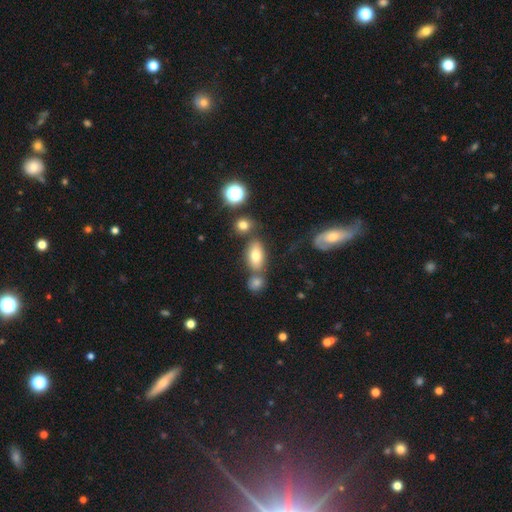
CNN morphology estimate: Q: Smooth or featured?
A: smooth (75%); runner-up: featured or disk (15%)
Q: How rounded?
A: in between (87%); runner-up: round (8%)
Q: Merging?
A: none (63%); runner-up: merger (19%)